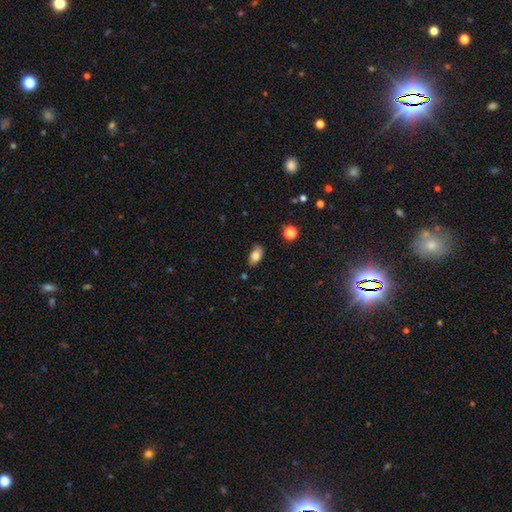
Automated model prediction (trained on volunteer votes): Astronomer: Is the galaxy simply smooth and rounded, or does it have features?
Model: smooth — 81%.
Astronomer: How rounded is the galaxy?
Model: in between — 90%.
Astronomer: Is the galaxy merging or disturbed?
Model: none — 73%.